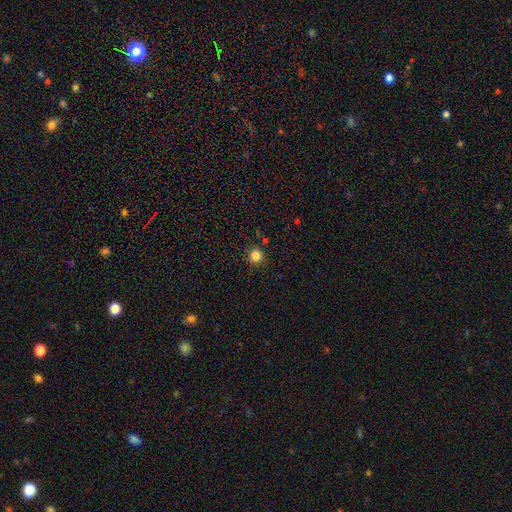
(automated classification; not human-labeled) A smooth galaxy with no disk features (84%) that is round (95%).

Vote fractions:
- Smooth or featured? smooth: 84% / star or artifact: 12% / featured or disk: 4%
- How rounded? round: 95% / in between: 4% / cigar-shaped: 1%
- Merging? none: 90% / minor disturbance: 6% / merger: 2% / major disturbance: 2%